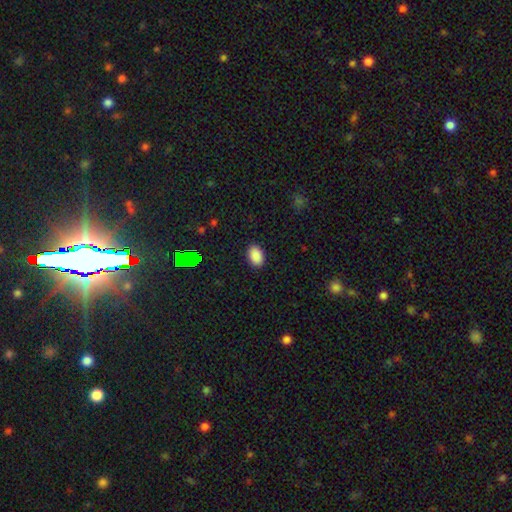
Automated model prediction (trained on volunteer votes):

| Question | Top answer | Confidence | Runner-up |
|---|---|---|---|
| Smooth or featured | smooth | 87% | star or artifact (9%) |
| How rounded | in between | 88% | round (11%) |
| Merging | none | 88% | minor disturbance (8%) |